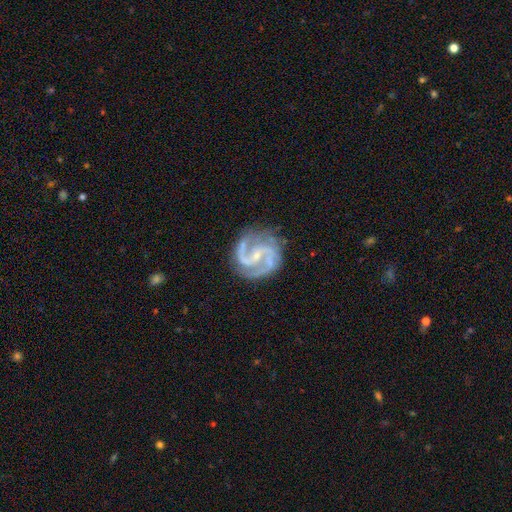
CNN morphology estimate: Q: Smooth or featured?
A: featured or disk (93%); runner-up: star or artifact (4%)
Q: Edge-on disk?
A: no (98%); runner-up: yes (2%)
Q: Bar?
A: weak (40%); runner-up: no (37%)
Q: Spiral arms?
A: yes (98%); runner-up: no (2%)
Q: Spiral winding?
A: medium (62%); runner-up: tight (25%)
Q: Spiral arm count?
A: 2 (83%); runner-up: 3 (9%)
Q: Bulge size?
A: small (77%); runner-up: moderate (17%)
Q: Merging?
A: none (75%); runner-up: minor disturbance (17%)